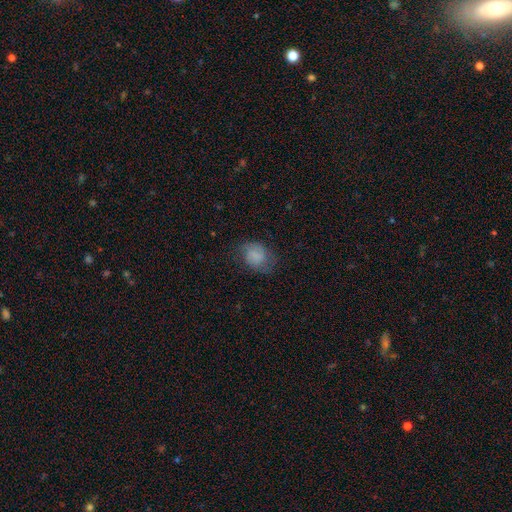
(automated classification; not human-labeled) The model was most divided on "how rounded": in between: 50%, round: 49%, cigar-shaped: 1%. More confident: merging — none (62%); smooth or featured — smooth (59%).